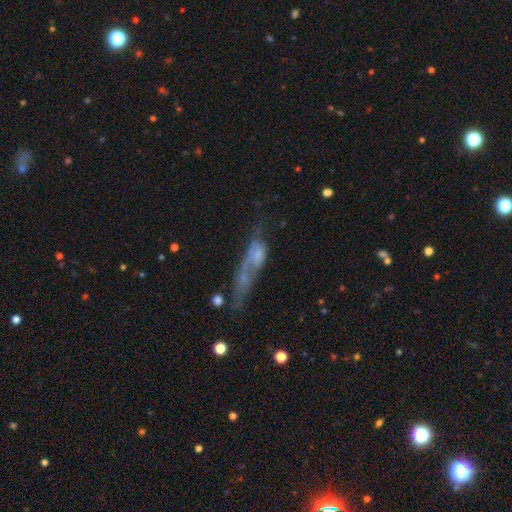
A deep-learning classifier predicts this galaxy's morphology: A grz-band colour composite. It shows a featured or disk galaxy (44%). Merging: major disturbance (35%).